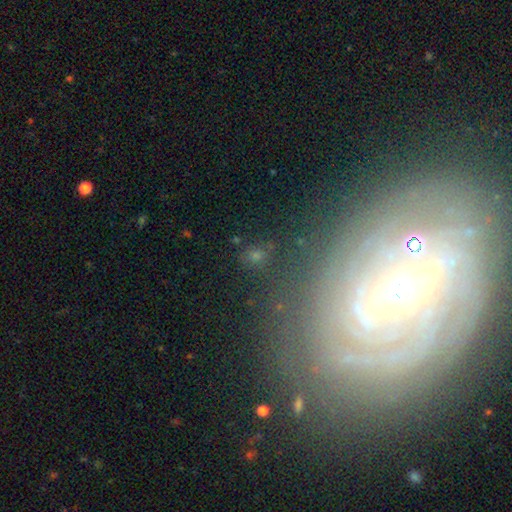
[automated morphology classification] Overall: smooth (50%; star or artifact 37%). How rounded: round (69%). Merging: none (79%).